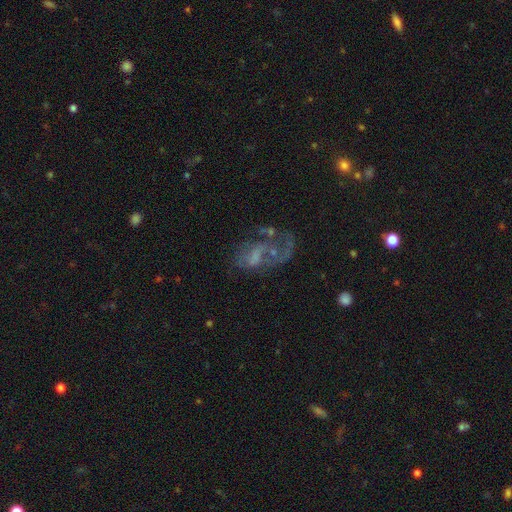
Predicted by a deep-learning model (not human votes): smooth-or-featured: featured or disk: 64% | smooth: 22% | star or artifact: 15%
  disk-edge-on: no: 97% | yes: 3%
    bar: no: 61% | weak: 31% | strong: 8%
    has-spiral-arms: yes: 52% | no: 48%
    bulge-size: none: 48% | small: 28% | moderate: 19% | large: 3% | dominant: 1%
  merging: major disturbance: 43% | none: 30% | minor disturbance: 15% | merger: 12%